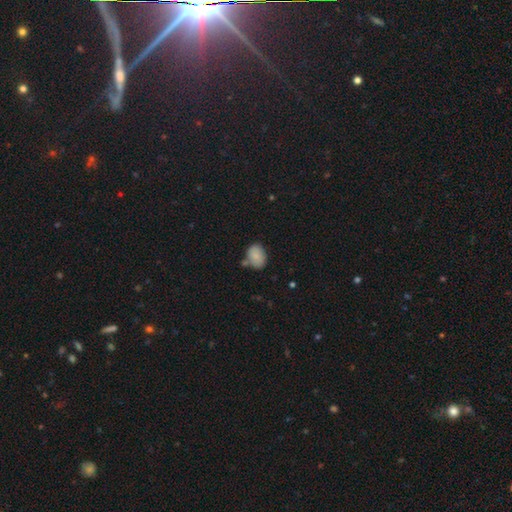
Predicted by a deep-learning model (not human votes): Morphology: type=smooth (84%); roundness=in between (75%); merging=none (62%).